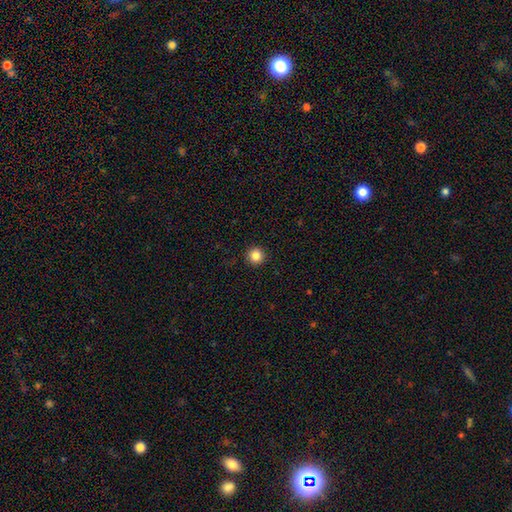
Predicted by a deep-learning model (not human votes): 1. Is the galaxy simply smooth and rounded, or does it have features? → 85% smooth, 11% star or artifact, 4% featured or disk.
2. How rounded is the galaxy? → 96% round, 3% in between, 1% cigar-shaped.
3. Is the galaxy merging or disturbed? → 93% none, 4% minor disturbance, 2% major disturbance, 1% merger.